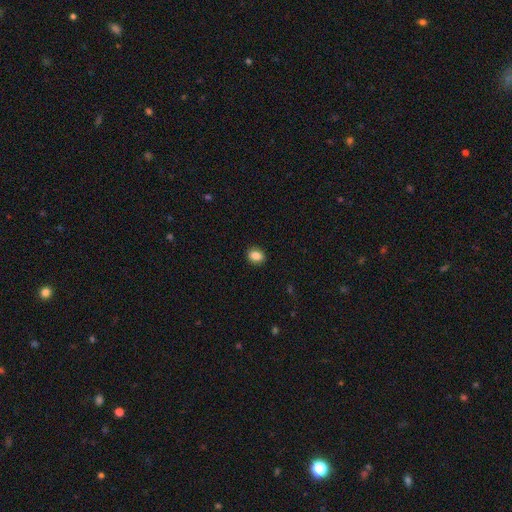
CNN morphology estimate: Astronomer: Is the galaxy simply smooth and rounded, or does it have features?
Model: smooth — 86%.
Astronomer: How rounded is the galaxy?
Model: round — 51% (runner-up: in between, 48%).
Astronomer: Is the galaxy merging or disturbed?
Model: none — 90%.